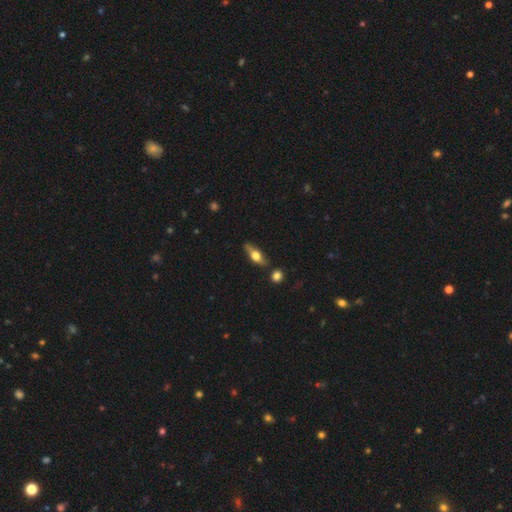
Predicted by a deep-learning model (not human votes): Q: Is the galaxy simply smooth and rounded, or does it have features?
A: featured or disk — 49%.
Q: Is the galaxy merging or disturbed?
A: none — 75%.